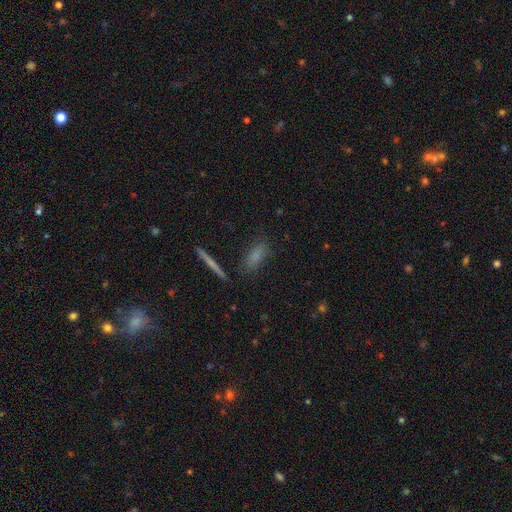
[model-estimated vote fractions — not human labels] This appears to be a smooth galaxy with no disk features (74%) that is in between round and cigar-shaped (60%). Merging: none (77%).